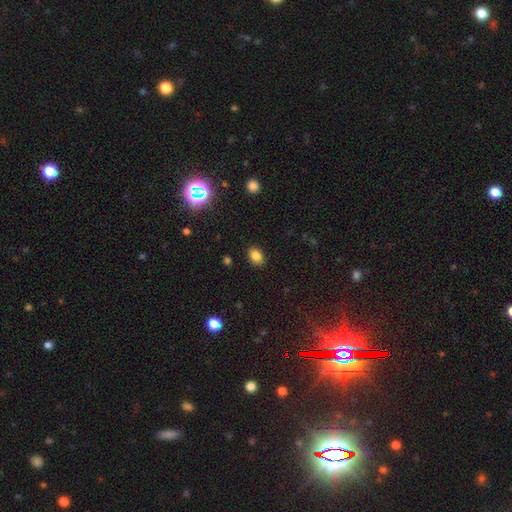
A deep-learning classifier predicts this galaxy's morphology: This appears to be a smooth galaxy with no disk features (82%) that is in between round and cigar-shaped (74%). Merging: none (88%).